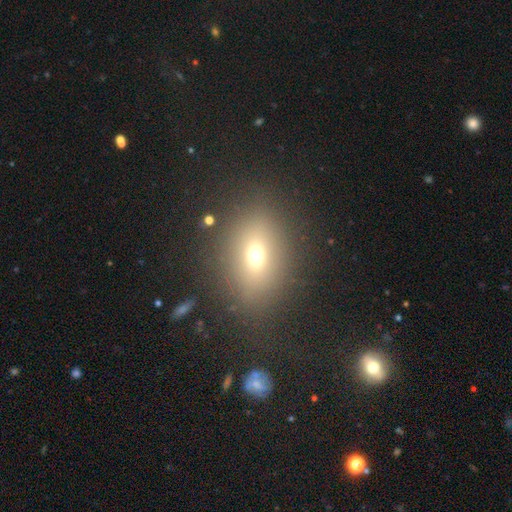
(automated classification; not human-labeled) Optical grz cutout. It shows a smooth galaxy with no disk features (63%) that is in between round and cigar-shaped (66%). Merging: none (81%).